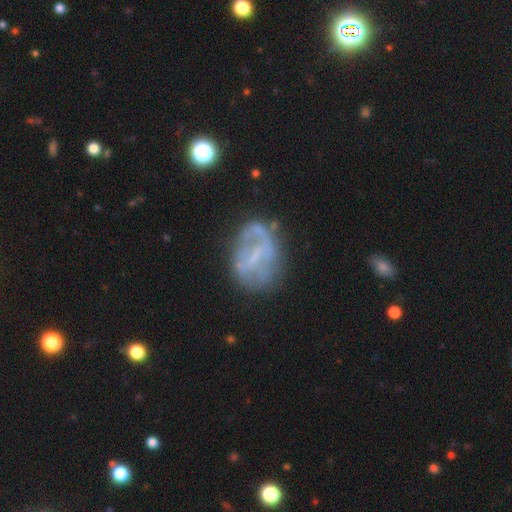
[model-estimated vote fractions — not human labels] Overall: featured or disk (64%; smooth 26%). Edge-on disk: no (96%). Bar: weak (40%; strong 30%). Spiral arms: no (58%; yes 42%). Bulge size: none (48%; small 36%). Merging: none (53%; minor disturbance 24%).